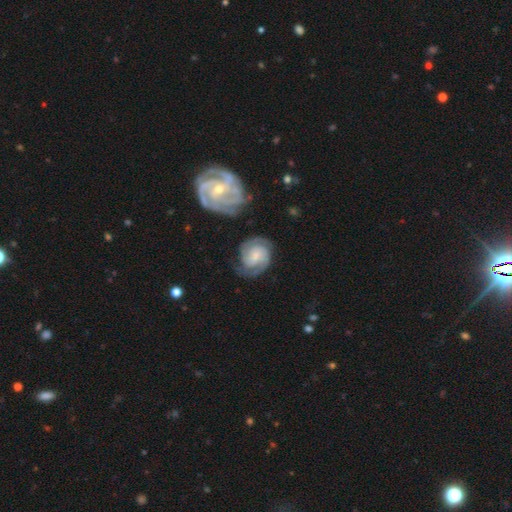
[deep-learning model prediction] A featured or disk galaxy (82%) with no bar (57%), 2 (69%) tight (58%) spiral arms (97%) and a small central bulge (64%). Merging: none (71%).